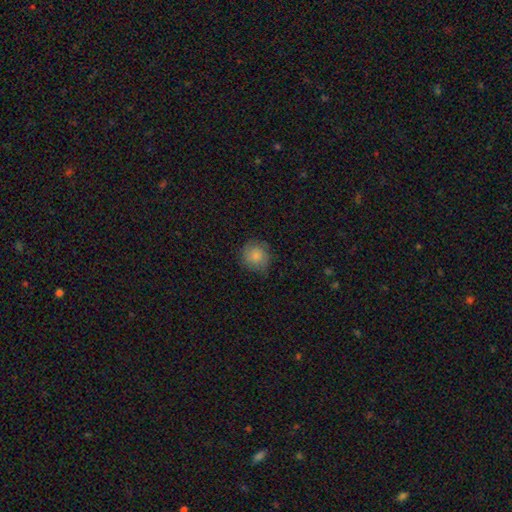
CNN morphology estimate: smooth_or_featured: smooth (p=0.82) [alt: featured or disk p=0.11]
how_rounded: round (p=0.88) [alt: in between p=0.11]
merging: none (p=0.74) [alt: minor disturbance p=0.20]